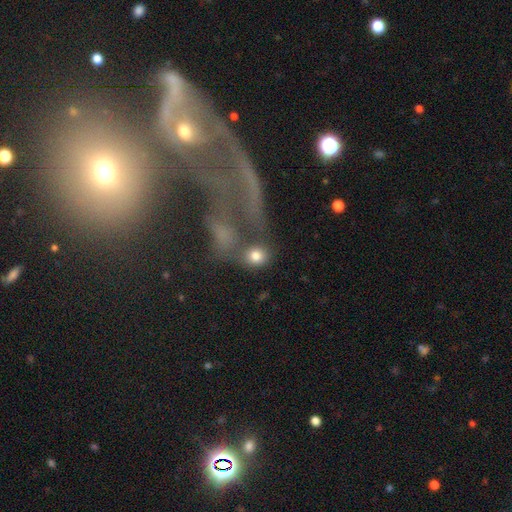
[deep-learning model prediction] This appears to be a smooth galaxy with no disk features (78%) that is round (76%). Merging: none (54%).